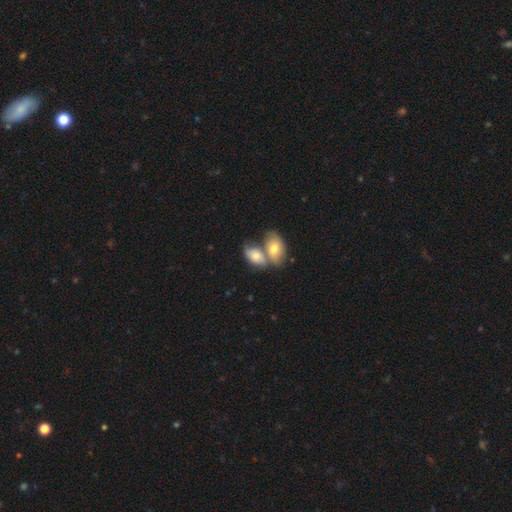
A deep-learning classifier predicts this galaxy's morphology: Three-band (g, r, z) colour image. It shows a smooth galaxy with no disk features (73%) that is in between round and cigar-shaped (90%). Merging: merger (61%).